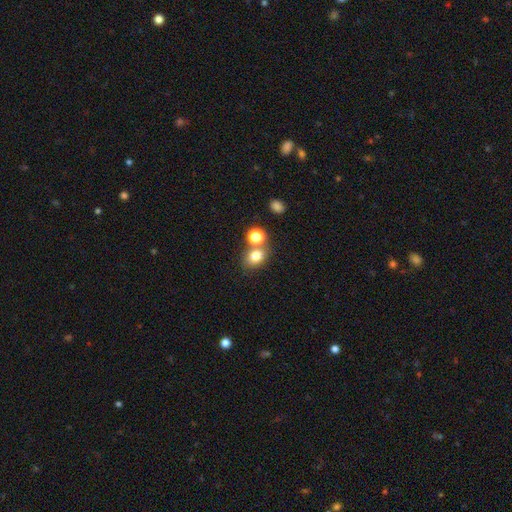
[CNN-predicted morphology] Smooth or featured: smooth — 78% (star or artifact — 13%)
How rounded: round — 53% (in between — 46%)
Merging: none — 56% (merger — 30%)